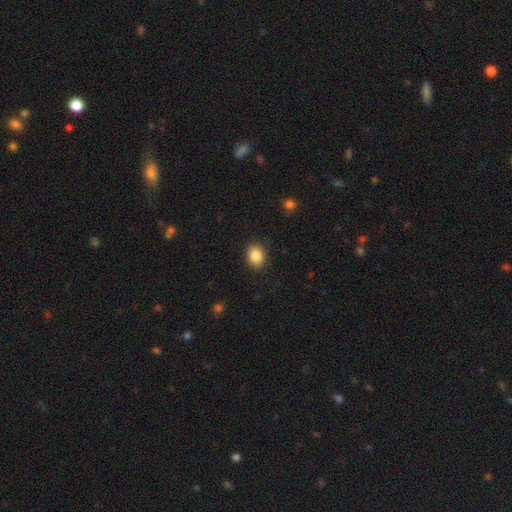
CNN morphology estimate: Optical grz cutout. It shows a smooth galaxy with no disk features (86%) that is in between round and cigar-shaped (53%). Merging: none (88%).